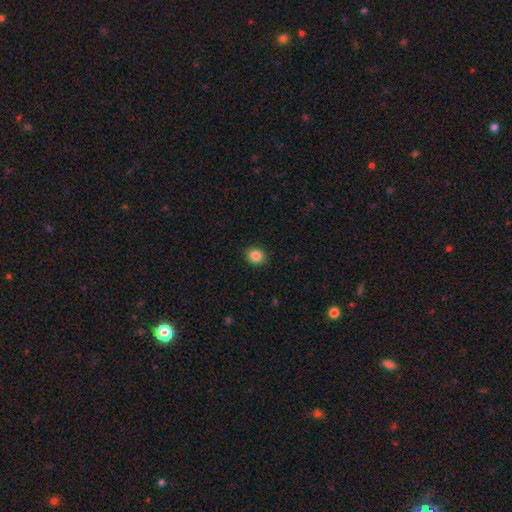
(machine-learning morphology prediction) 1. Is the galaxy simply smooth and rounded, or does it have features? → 85% smooth, 10% star or artifact, 5% featured or disk.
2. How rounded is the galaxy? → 73% round, 26% in between, 1% cigar-shaped.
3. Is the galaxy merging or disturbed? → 91% none, 6% minor disturbance, 2% major disturbance, 1% merger.